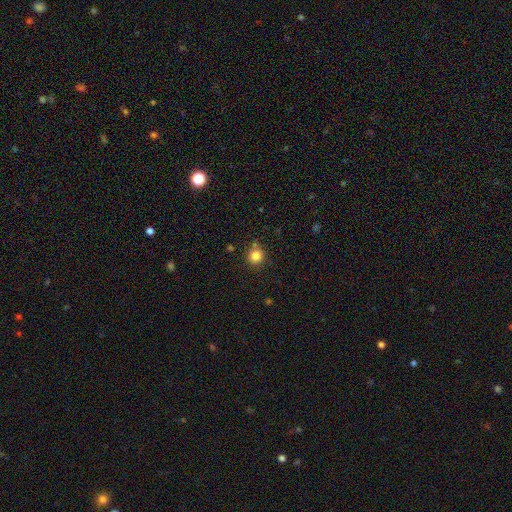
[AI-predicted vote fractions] Morphology: type=smooth (83%); roundness=round (93%); merging=none (83%).